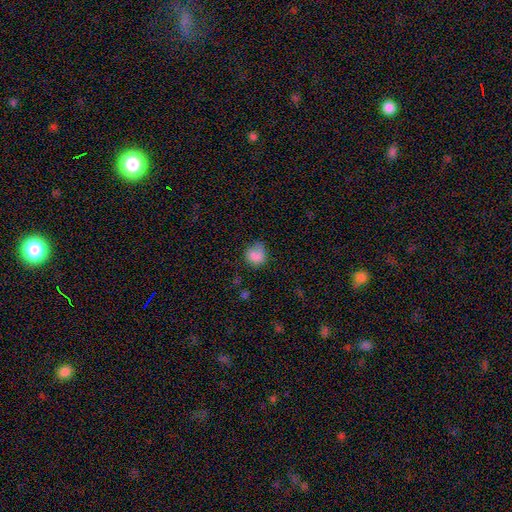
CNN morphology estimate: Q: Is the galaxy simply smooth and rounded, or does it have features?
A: smooth — 82%.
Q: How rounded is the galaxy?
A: round — 69%.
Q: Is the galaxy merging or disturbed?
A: none — 52%.